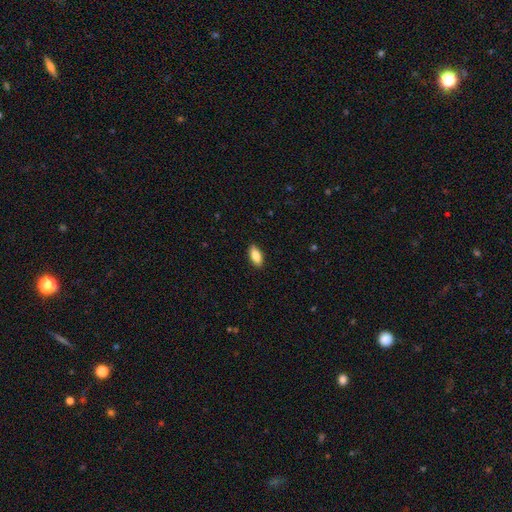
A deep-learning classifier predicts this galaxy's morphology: Smooth or featured?
  - smooth: 86% *
  - featured or disk: 7%
  - star or artifact: 7%
How rounded?
  - in between: 89% *
  - cigar-shaped: 9%
  - round: 2%
Merging?
  - none: 89% *
  - minor disturbance: 8%
  - major disturbance: 2%
  - merger: 1%